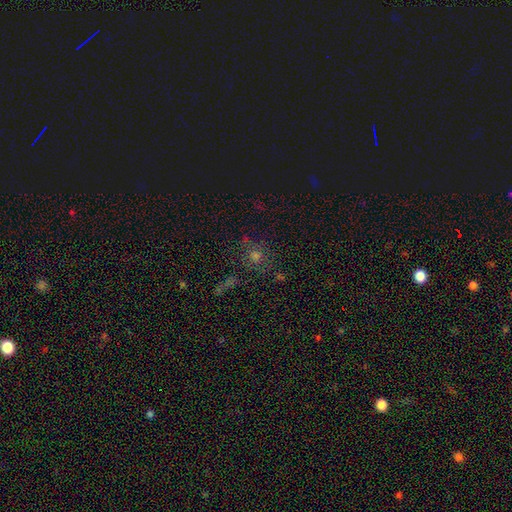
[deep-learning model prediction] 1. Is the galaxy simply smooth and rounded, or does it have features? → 42% smooth (tied), 42% star or artifact (tied), 16% featured or disk.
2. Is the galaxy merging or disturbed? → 73% none, 14% minor disturbance, 7% major disturbance, 6% merger.